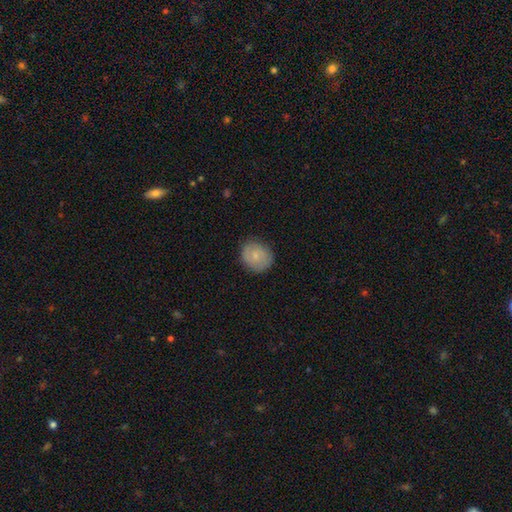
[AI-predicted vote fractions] Smooth or featured? Predicted: smooth (p=0.65). How rounded? Predicted: round (p=0.77). Merging? Predicted: none (p=0.83).